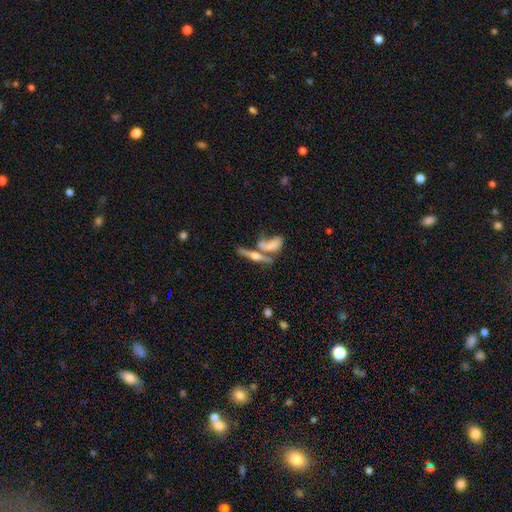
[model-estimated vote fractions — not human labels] The model was most divided on "merging": none: 48%, merger: 35%, minor disturbance: 11%, major disturbance: 6%. More confident: edge-on disk — yes (90%); edge-on bulge — rounded (87%); smooth or featured — featured or disk (61%).